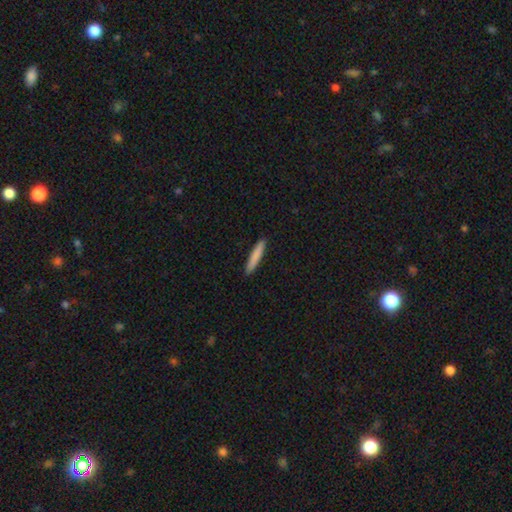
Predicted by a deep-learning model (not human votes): The model was most divided on "smooth or featured": smooth: 83%, featured or disk: 12%, star or artifact: 5%. More confident: how rounded — cigar-shaped (94%); merging — none (92%).